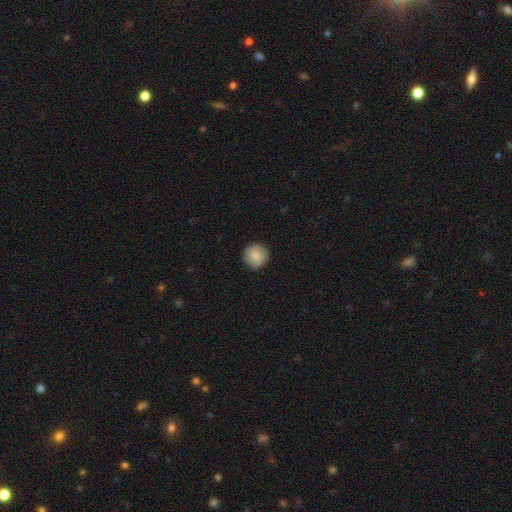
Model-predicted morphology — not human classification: Overall: smooth (84%). How rounded: round (94%). Merging: none (86%).